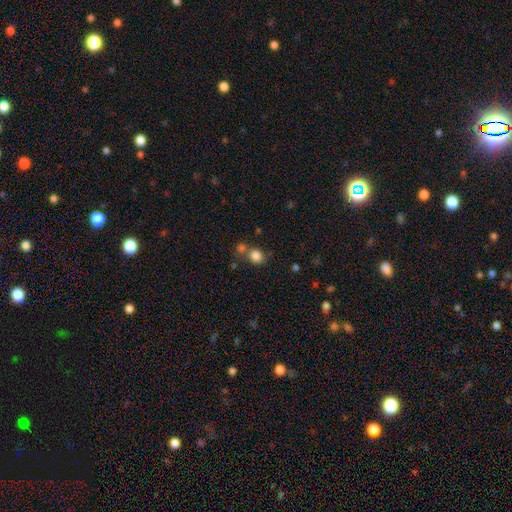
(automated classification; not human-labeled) smooth-or-featured: smooth: 82% | star or artifact: 11% | featured or disk: 7%
  how-rounded: round: 70% | in between: 29% | cigar-shaped: 1%
  merging: none: 54% | merger: 27% | minor disturbance: 14% | major disturbance: 6%